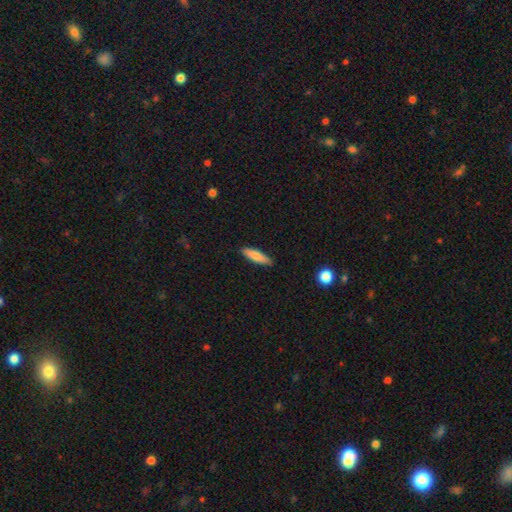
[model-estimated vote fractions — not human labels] Smooth or featured? Predicted: smooth (p=0.79). How rounded? Predicted: cigar-shaped (p=0.72). Merging? Predicted: none (p=0.88).